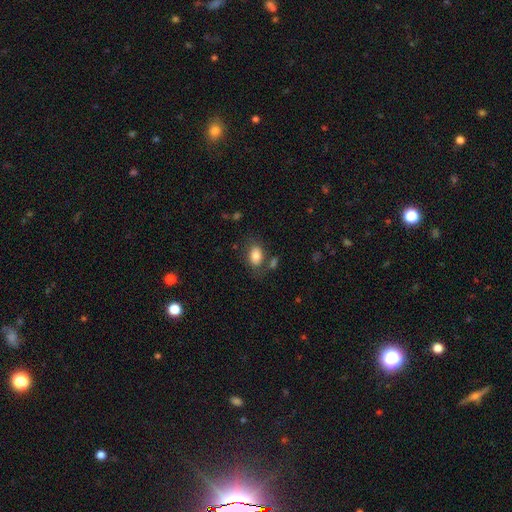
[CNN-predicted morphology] Q: Smooth or featured?
A: smooth (80%); runner-up: featured or disk (11%)
Q: How rounded?
A: in between (83%); runner-up: round (15%)
Q: Merging?
A: none (65%); runner-up: minor disturbance (17%)